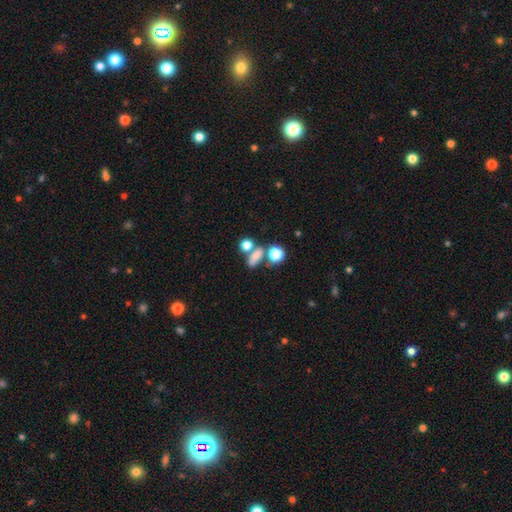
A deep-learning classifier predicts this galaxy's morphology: Overall: smooth (71%). How rounded: in between (57%; round 35%). Merging: none (43%; merger 37%).